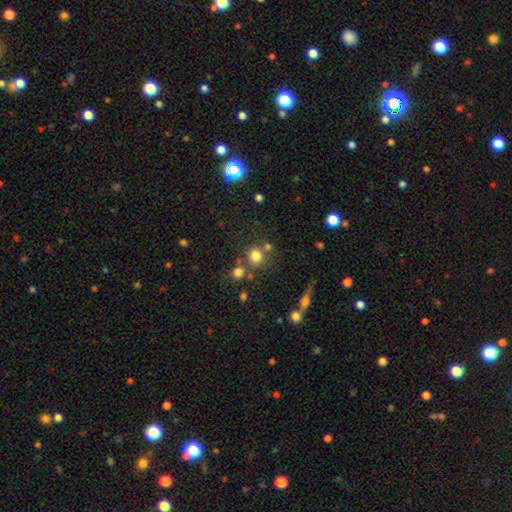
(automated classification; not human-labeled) Morphology: type=smooth (77%); roundness=round (89%); merging=none (66%).